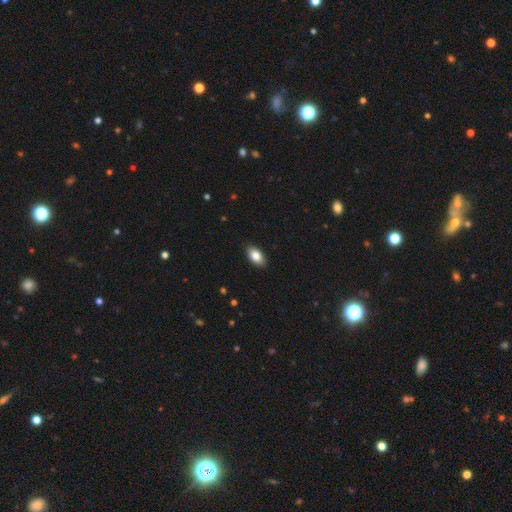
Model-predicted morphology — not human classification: Q: Smooth or featured?
A: smooth (83%); runner-up: featured or disk (10%)
Q: How rounded?
A: in between (93%); runner-up: round (5%)
Q: Merging?
A: none (88%); runner-up: minor disturbance (9%)